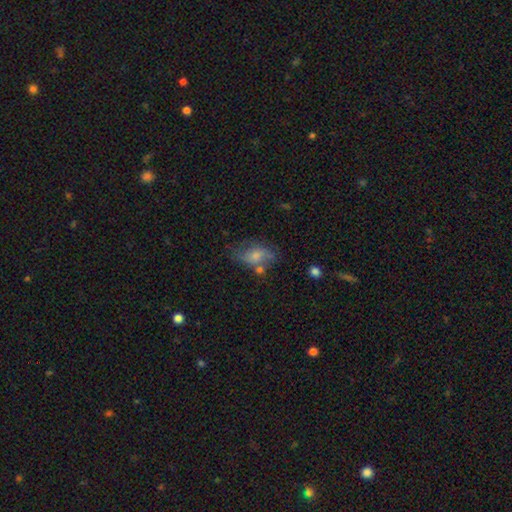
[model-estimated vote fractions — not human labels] This appears to be a smooth galaxy with no disk features (48%). Merging: none (52%).